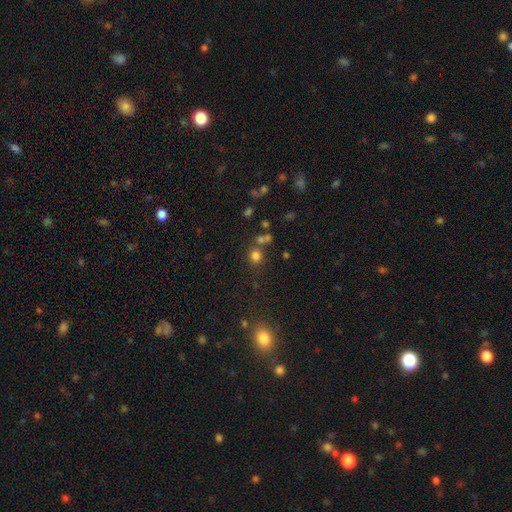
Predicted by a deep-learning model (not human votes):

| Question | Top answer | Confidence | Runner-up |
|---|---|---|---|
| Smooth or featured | smooth | 75% | star or artifact (18%) |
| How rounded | round | 81% | in between (18%) |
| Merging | none | 69% | merger (17%) |